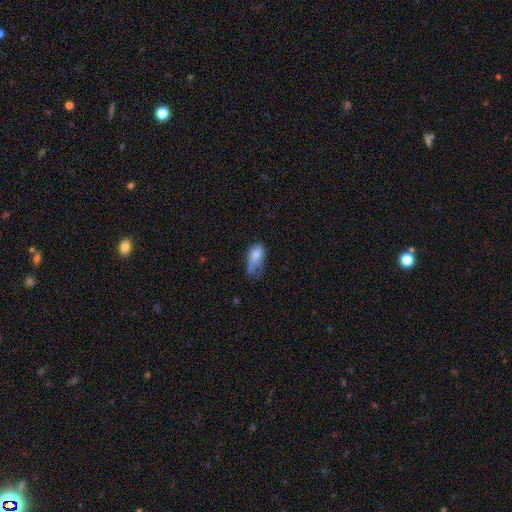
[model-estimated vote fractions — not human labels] smooth-or-featured: smooth: 75% | featured or disk: 17% | star or artifact: 9%
  how-rounded: in between: 89% | round: 6% | cigar-shaped: 5%
  merging: minor disturbance: 35% | major disturbance: 34% | none: 24% | merger: 7%